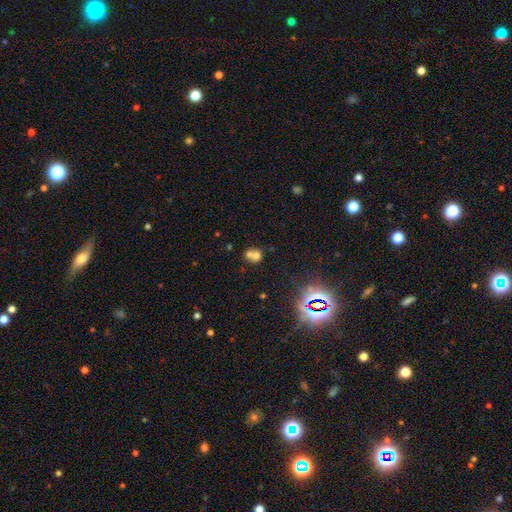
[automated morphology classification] This is likely a smooth galaxy (64%). How rounded: likely round (75%). Merging: possibly merger (58%).